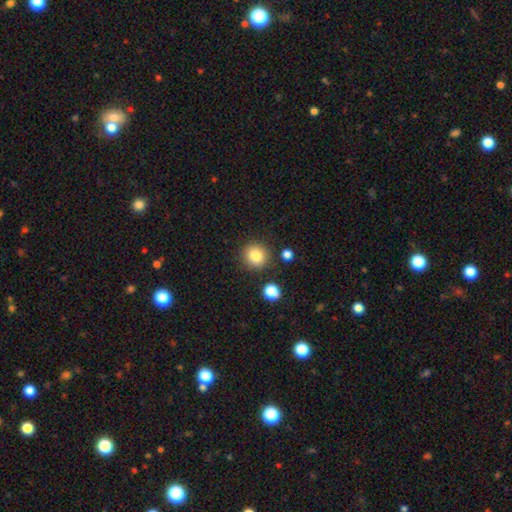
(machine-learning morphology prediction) This is clearly a smooth galaxy (83%). How rounded: clearly round (91%). Merging: clearly none (86%).